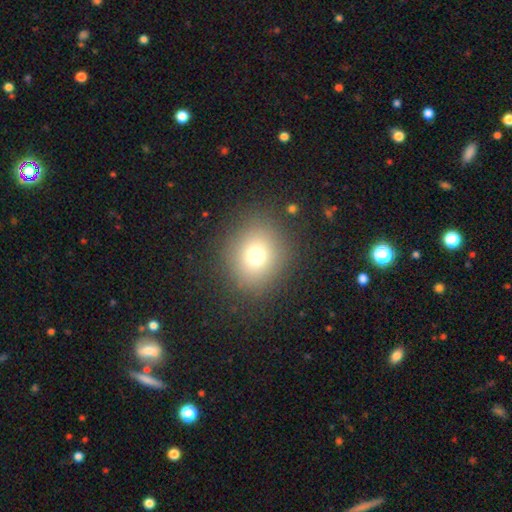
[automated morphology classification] This is likely a smooth galaxy (73%). How rounded: clearly round (81%). Merging: clearly none (87%).